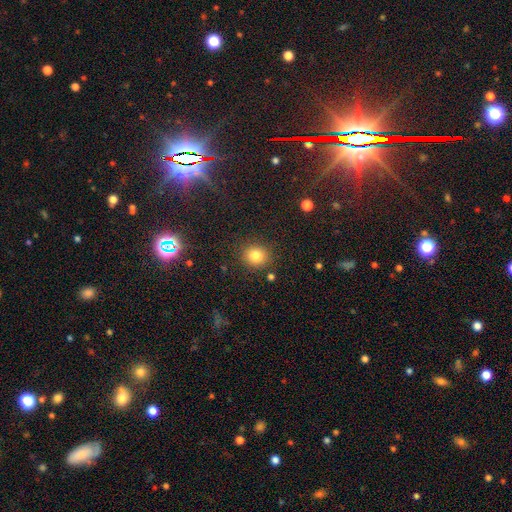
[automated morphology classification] smooth-or-featured: smooth: 81% | star or artifact: 13% | featured or disk: 7%
  how-rounded: round: 80% | in between: 19% | cigar-shaped: 1%
  merging: none: 86% | minor disturbance: 8% | major disturbance: 3% | merger: 3%